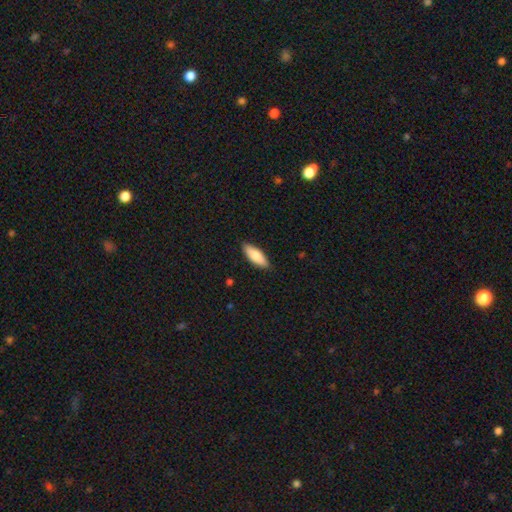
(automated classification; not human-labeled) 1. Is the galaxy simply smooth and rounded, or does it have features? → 80% smooth, 14% featured or disk, 6% star or artifact.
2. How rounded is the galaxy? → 64% in between, 34% cigar-shaped, 2% round.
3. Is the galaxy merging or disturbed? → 88% none, 9% minor disturbance, 2% major disturbance, 1% merger.